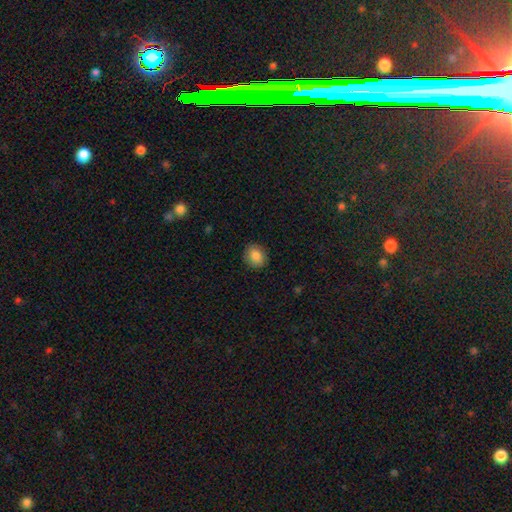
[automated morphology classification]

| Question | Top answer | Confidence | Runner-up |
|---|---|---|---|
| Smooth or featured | smooth | 85% | star or artifact (9%) |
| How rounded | round | 62% | in between (37%) |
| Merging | none | 88% | minor disturbance (9%) |